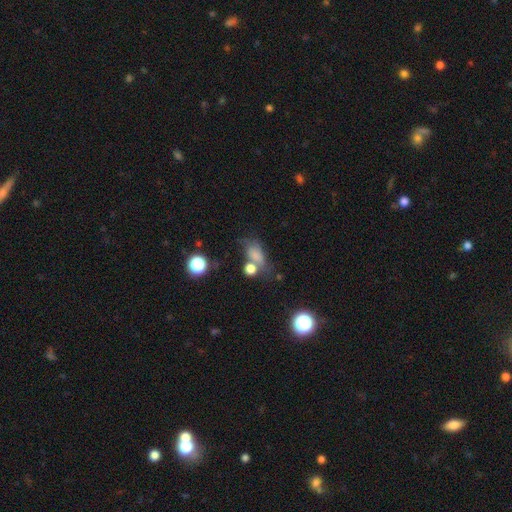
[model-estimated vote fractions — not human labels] The model was most divided on "merging": none: 34%, merger: 26%, minor disturbance: 22%, major disturbance: 19%. More confident: how rounded — in between (73%); smooth or featured — smooth (69%).